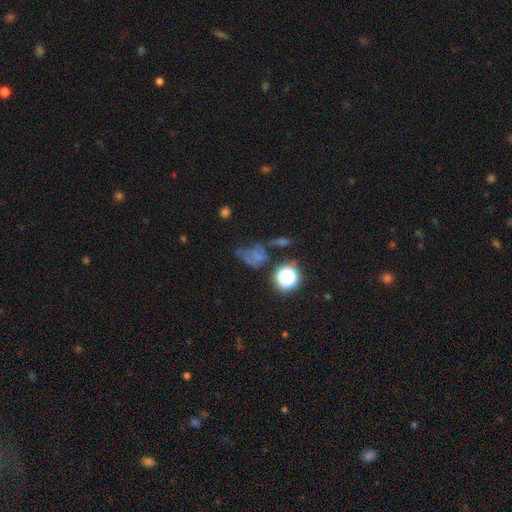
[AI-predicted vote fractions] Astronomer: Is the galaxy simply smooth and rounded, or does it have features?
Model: smooth — 47% (runner-up: star or artifact, 29%).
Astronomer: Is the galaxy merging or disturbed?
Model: none — 35% (runner-up: major disturbance, 28%).